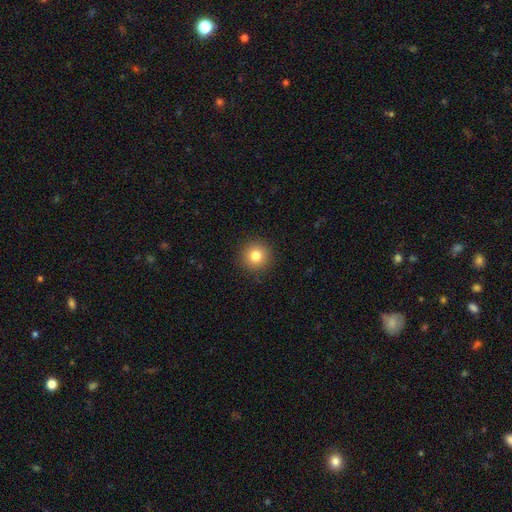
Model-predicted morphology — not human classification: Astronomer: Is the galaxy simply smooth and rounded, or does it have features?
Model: smooth — 81%.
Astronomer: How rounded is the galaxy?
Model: round — 95%.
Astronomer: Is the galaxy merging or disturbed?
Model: none — 92%.